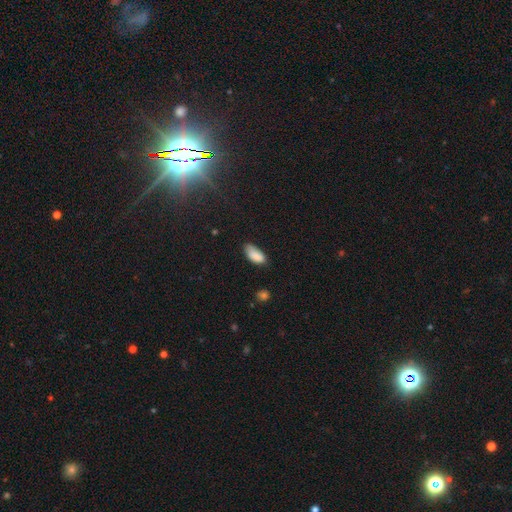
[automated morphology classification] This appears to be a smooth galaxy with no disk features (87%) that is in between round and cigar-shaped (90%). Merging: none (65%).